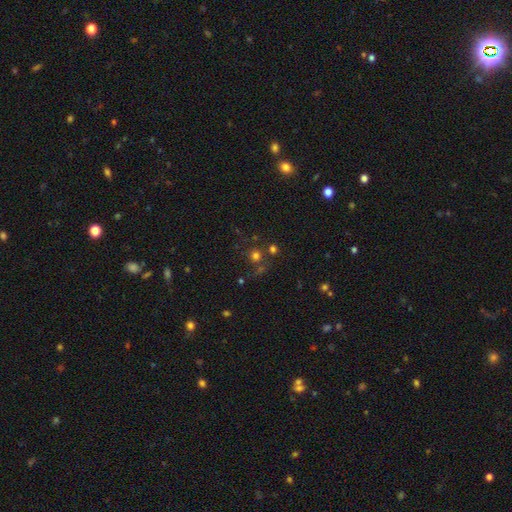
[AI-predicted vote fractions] A smooth galaxy with no disk features (61%) that is round (90%). Merging: none (68%).